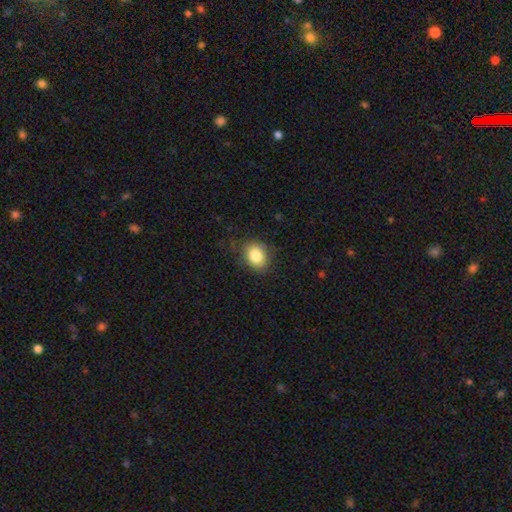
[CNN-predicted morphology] type=smooth (83%); roundness=in between (54%); merging=none (80%).